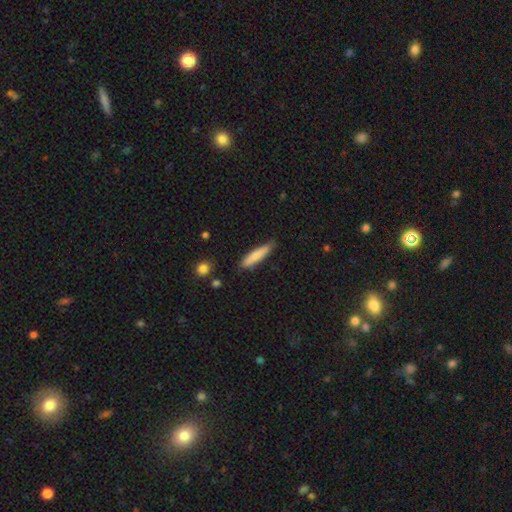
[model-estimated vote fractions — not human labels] smooth 78%, featured or disk 16%, star or artifact 6%. Down the decision tree: how rounded — cigar-shaped (86%); merging — none (81%).